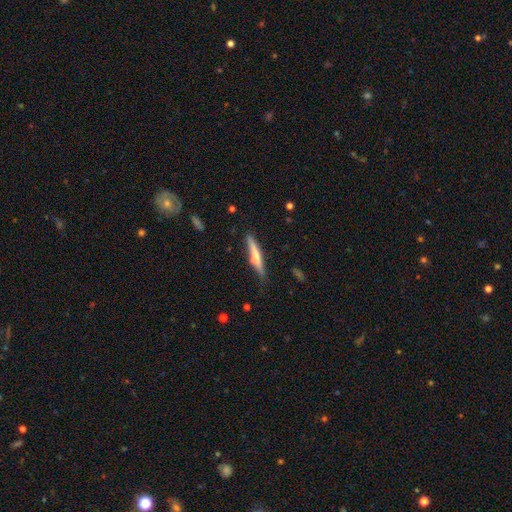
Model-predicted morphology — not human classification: smooth 51%, featured or disk 43%, star or artifact 6%. Down the decision tree: how rounded — cigar-shaped (92%); merging — none (76%).